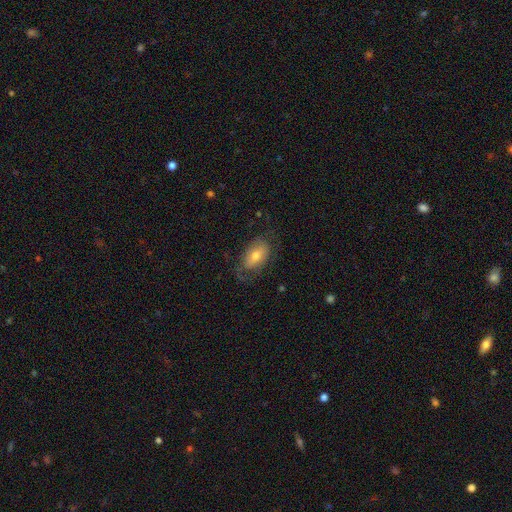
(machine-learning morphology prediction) smooth-or-featured: smooth: 56% | featured or disk: 36% | star or artifact: 8%
  how-rounded: in between: 90% | round: 7% | cigar-shaped: 3%
  merging: none: 62% | minor disturbance: 22% | major disturbance: 15% | merger: 1%